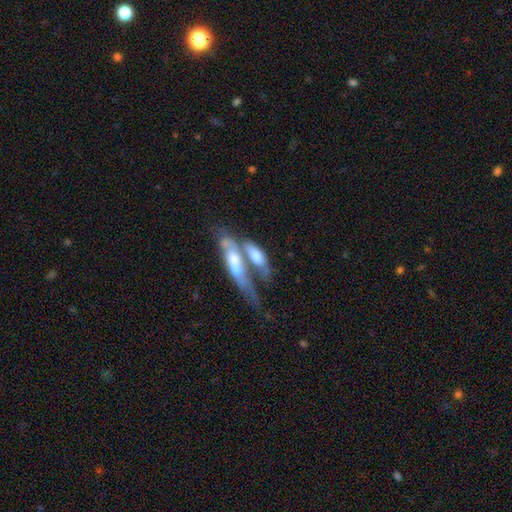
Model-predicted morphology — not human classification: smooth-or-featured: smooth: 49% | featured or disk: 44% | star or artifact: 7%
  merging: merger: 68% | none: 14% | major disturbance: 10% | minor disturbance: 8%